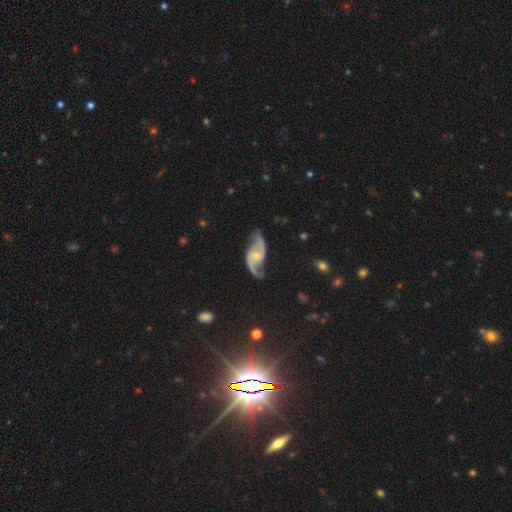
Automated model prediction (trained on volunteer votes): A featured or disk galaxy (90%) with no bar (51%), 2 (93%) loose (52%) spiral arms (97%) and a small central bulge (61%).

Vote fractions:
- Smooth or featured? featured or disk: 90% / smooth: 6% / star or artifact: 5%
- Edge-on disk? no: 97% / yes: 3%
- Bar? no: 51% / weak: 38% / strong: 11%
- Spiral arms? yes: 97% / no: 3%
- Spiral winding? loose: 52% / medium: 38% / tight: 10%
- Spiral arm count? 2: 93% / can't tell: 2% / 1: 2% / 3: 1% / 4: 1% / more than 4: 1%
- Bulge size? small: 61% / moderate: 32% / none: 5% / large: 2% / dominant: 1%
- Merging? none: 68% / minor disturbance: 19% / major disturbance: 10% / merger: 2%